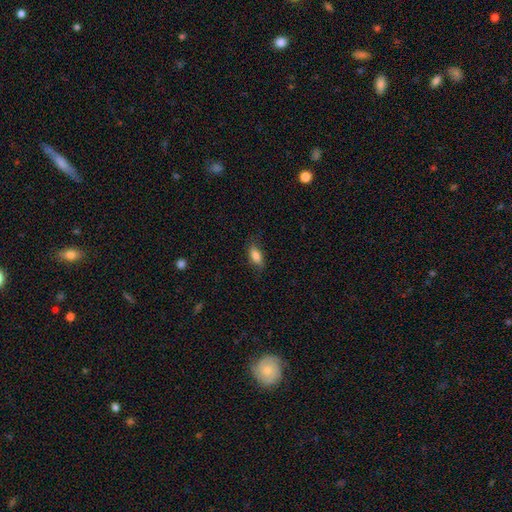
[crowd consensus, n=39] Smooth or featured? 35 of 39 (90%) said smooth. How rounded? 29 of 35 (83%) said in between. Merging? 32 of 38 (84%) said none.